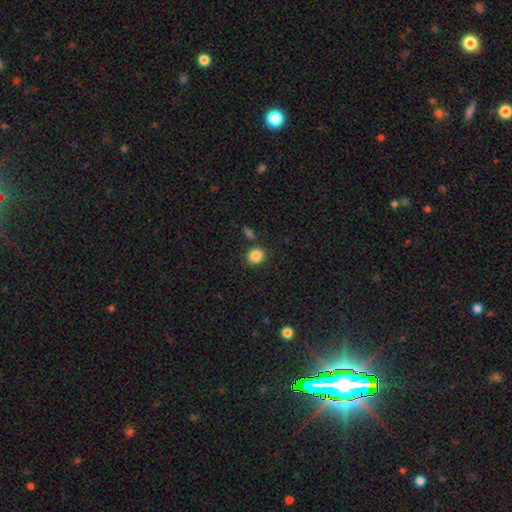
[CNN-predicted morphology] smooth-or-featured: smooth: 86% | star or artifact: 10% | featured or disk: 4%
  how-rounded: round: 80% | in between: 19% | cigar-shaped: 1%
  merging: none: 83% | minor disturbance: 8% | merger: 6% | major disturbance: 3%